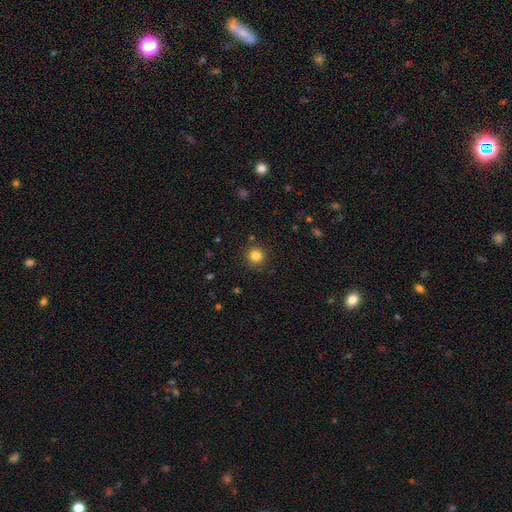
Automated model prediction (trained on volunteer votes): A smooth galaxy with no disk features (83%) that is round (95%). Merging: none (89%).